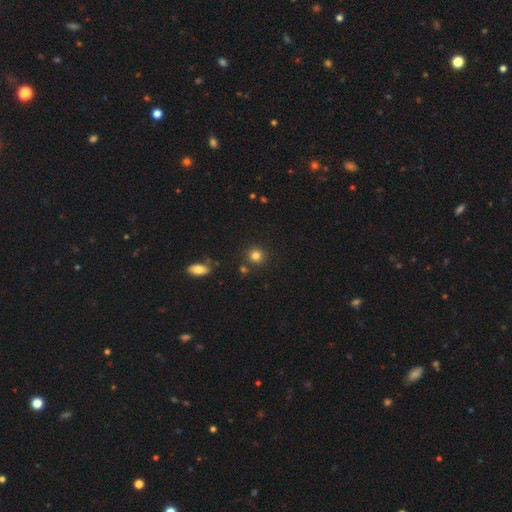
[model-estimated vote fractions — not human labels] Overall: smooth (83%). How rounded: round (89%). Merging: none (85%).